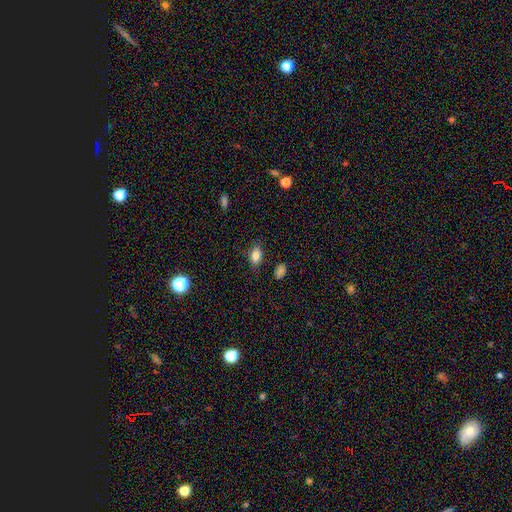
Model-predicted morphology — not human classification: A smooth galaxy with no disk features (82%) that is in between round and cigar-shaped (86%). Merging: none (79%).